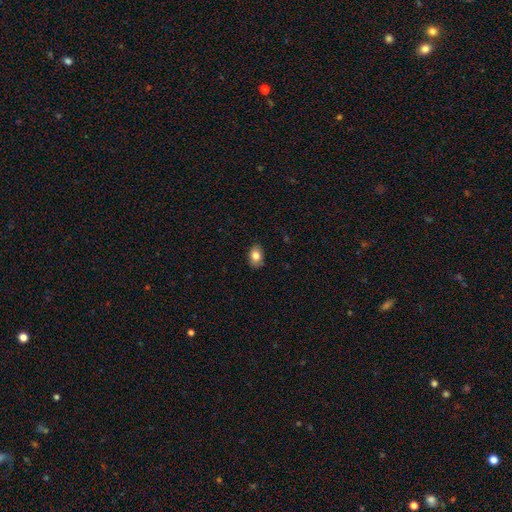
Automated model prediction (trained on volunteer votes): smooth_or_featured: smooth (p=0.82) [alt: featured or disk p=0.09]
how_rounded: in between (p=0.80) [alt: round p=0.19]
merging: none (p=0.86) [alt: minor disturbance p=0.11]